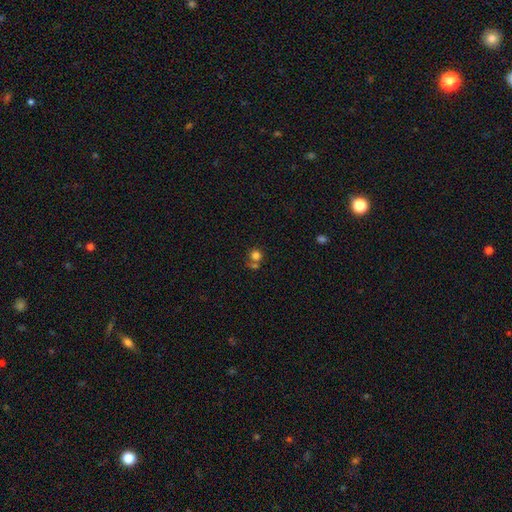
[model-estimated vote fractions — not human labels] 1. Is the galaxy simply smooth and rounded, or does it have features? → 76% smooth, 13% star or artifact, 11% featured or disk.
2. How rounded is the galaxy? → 87% round, 12% in between, 1% cigar-shaped.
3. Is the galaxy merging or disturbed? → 49% none, 35% merger, 10% minor disturbance, 6% major disturbance.